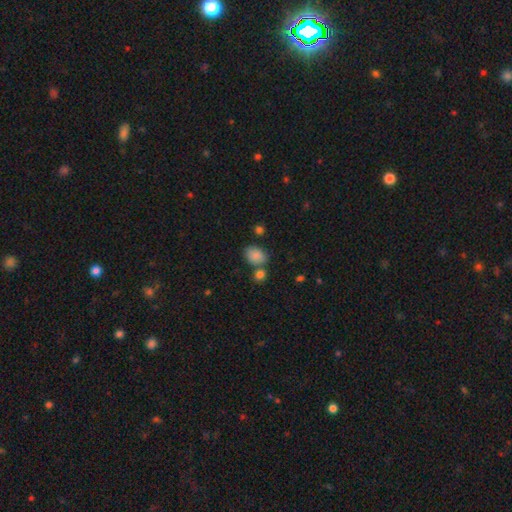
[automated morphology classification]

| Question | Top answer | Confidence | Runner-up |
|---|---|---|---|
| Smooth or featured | smooth | 85% | star or artifact (9%) |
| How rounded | in between | 72% | round (27%) |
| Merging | none | 63% | merger (17%) |